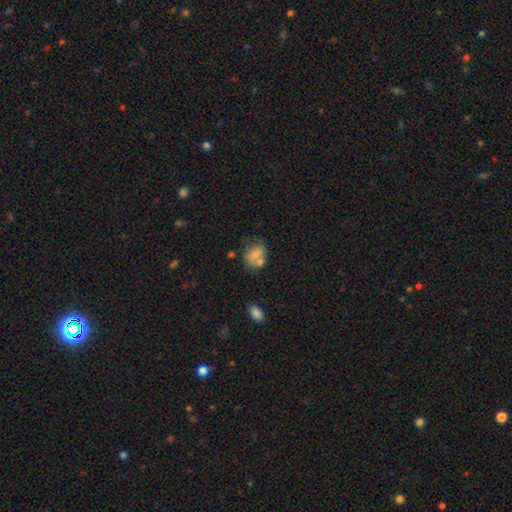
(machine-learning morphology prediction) smooth_or_featured: smooth (p=0.66) [alt: featured or disk p=0.24]
how_rounded: in between (p=0.64) [alt: round p=0.35]
merging: none (p=0.39) [alt: merger p=0.31]